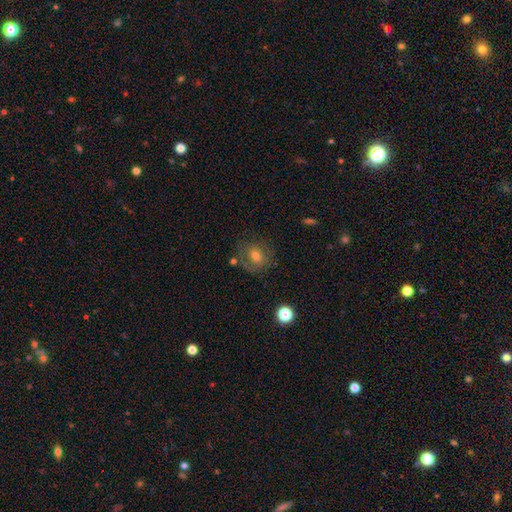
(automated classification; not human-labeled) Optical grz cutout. It shows a smooth galaxy with no disk features (55%) that is round (62%). Merging: none (66%).